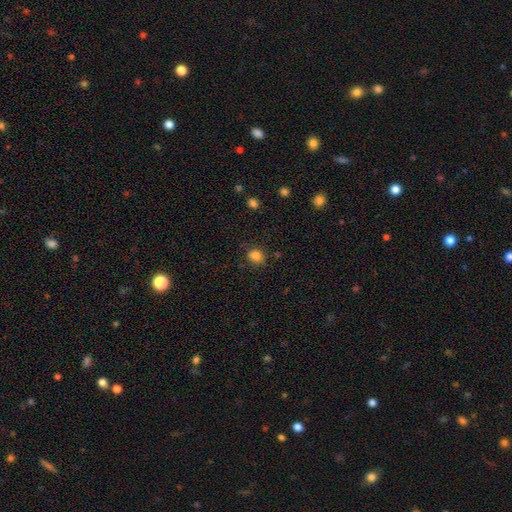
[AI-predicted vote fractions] Q: Smooth or featured?
A: smooth (83%); runner-up: star or artifact (12%)
Q: How rounded?
A: round (63%); runner-up: in between (36%)
Q: Merging?
A: none (79%); runner-up: minor disturbance (15%)